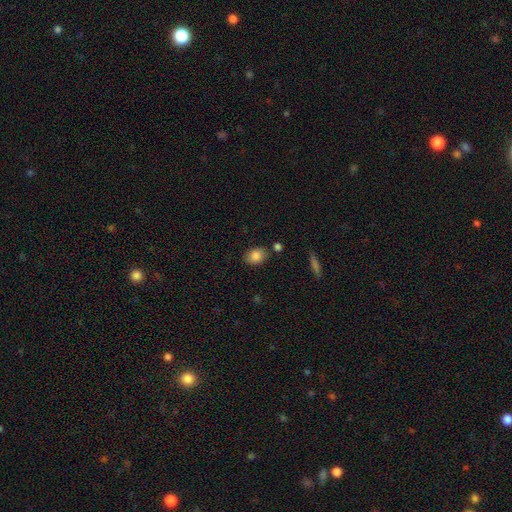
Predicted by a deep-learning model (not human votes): smooth-or-featured: smooth: 85% | star or artifact: 8% | featured or disk: 7%
  how-rounded: in between: 73% | round: 25% | cigar-shaped: 2%
  merging: none: 79% | minor disturbance: 12% | merger: 6% | major disturbance: 3%